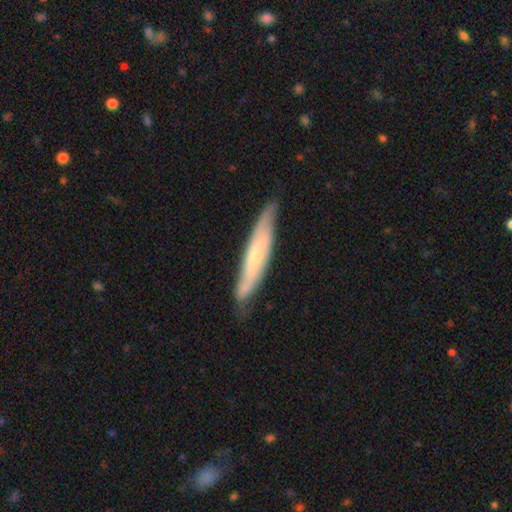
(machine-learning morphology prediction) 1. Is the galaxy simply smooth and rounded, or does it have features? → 56% featured or disk, 38% smooth, 6% star or artifact.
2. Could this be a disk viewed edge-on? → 65% yes, 35% no.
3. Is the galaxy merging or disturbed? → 77% none, 18% minor disturbance, 3% major disturbance, 2% merger.